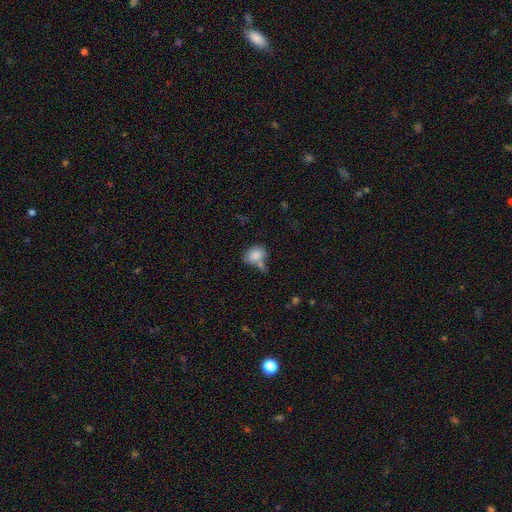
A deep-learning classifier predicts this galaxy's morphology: smooth 81%, featured or disk 10%, star or artifact 9%. Down the decision tree: how rounded — in between (77%); merging — none (38%).